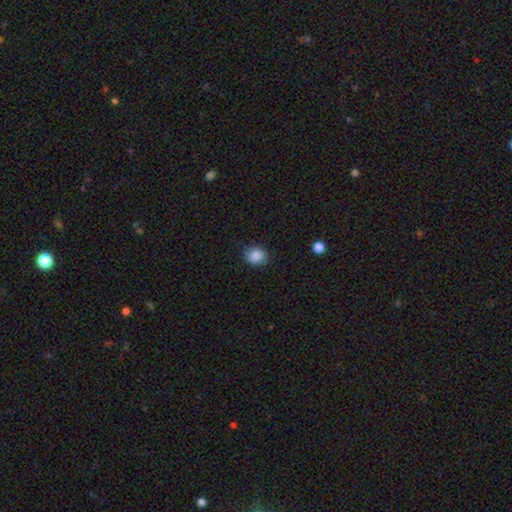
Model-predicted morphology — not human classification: Smooth or featured? Predicted: smooth (p=0.88). How rounded? Predicted: round (p=0.71). Merging? Predicted: none (p=0.84).